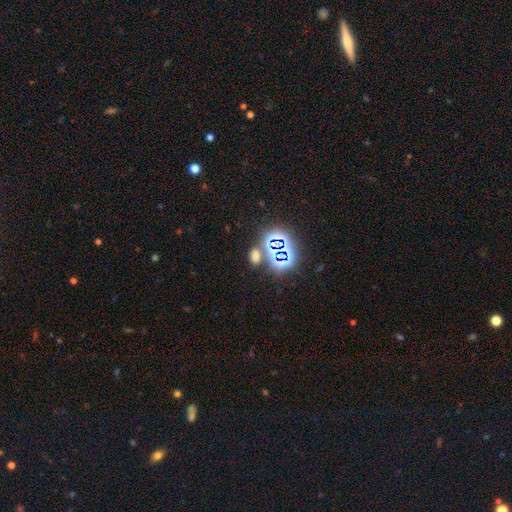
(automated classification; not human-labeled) This is possibly a smooth galaxy (49%). Merging: likely none (69%).